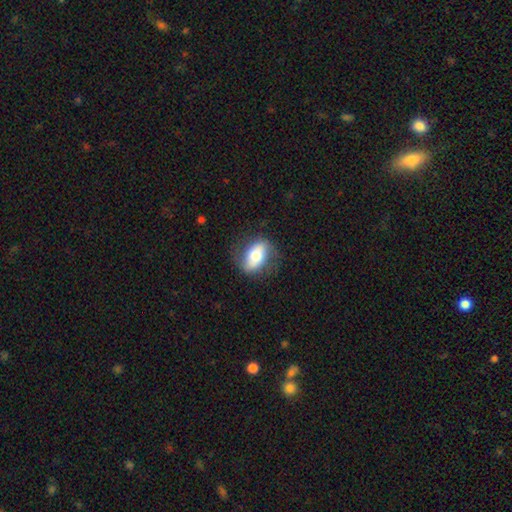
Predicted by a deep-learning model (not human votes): smooth 55%, featured or disk 38%, star or artifact 7%. Down the decision tree: how rounded — in between (83%); merging — none (74%).